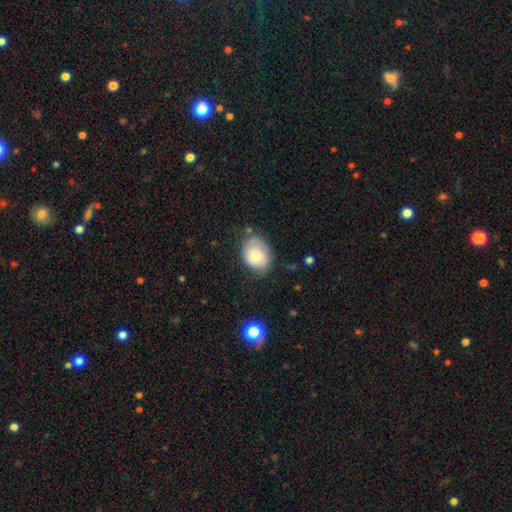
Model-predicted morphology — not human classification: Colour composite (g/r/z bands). It shows a smooth galaxy with no disk features (75%) that is in between round and cigar-shaped (69%). Merging: none (64%).